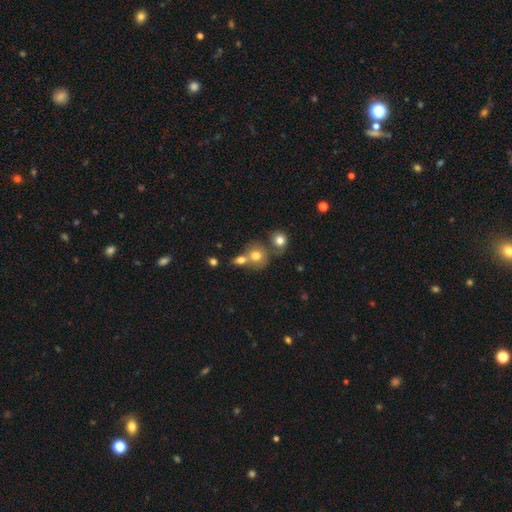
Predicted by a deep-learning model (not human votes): A smooth galaxy with no disk features (73%) that is round (76%). Merging: merger (47%).